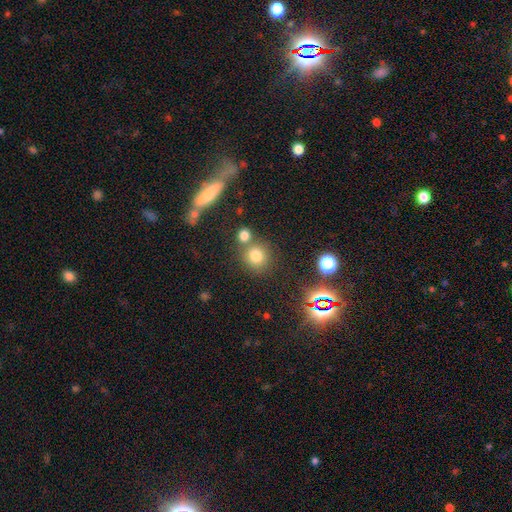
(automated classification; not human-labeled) Smooth or featured?
  - smooth: 75% *
  - star or artifact: 17%
  - featured or disk: 8%
How rounded?
  - round: 87% *
  - in between: 11%
  - cigar-shaped: 1%
Merging?
  - none: 67% *
  - merger: 20%
  - minor disturbance: 9%
  - major disturbance: 4%